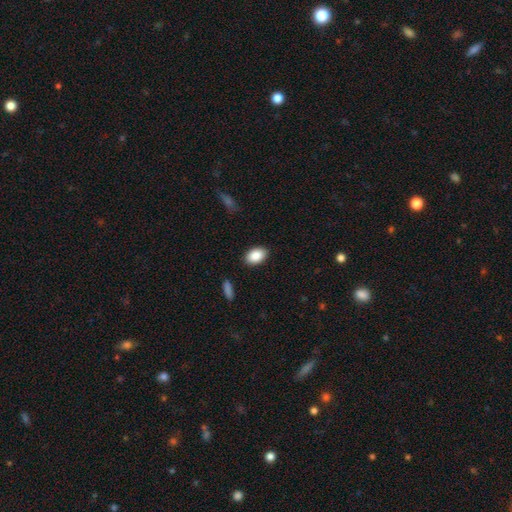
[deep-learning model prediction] This is clearly a smooth galaxy (88%). How rounded: clearly in between (90%). Merging: clearly none (88%).